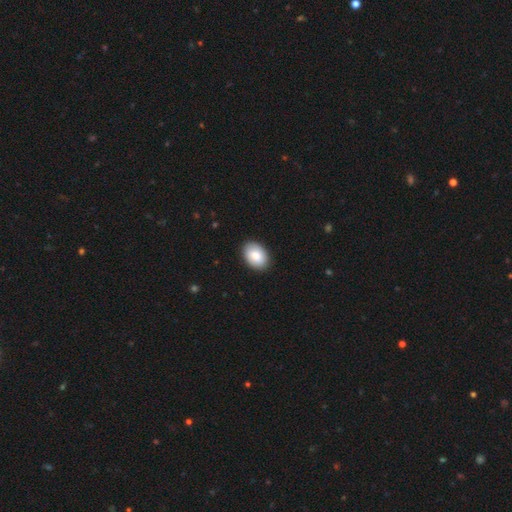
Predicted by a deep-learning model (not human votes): A smooth galaxy with no disk features (85%) that is in between round and cigar-shaped (84%). Merging: none (89%).